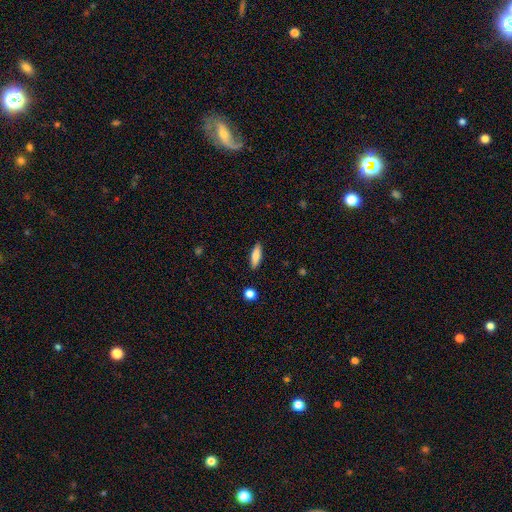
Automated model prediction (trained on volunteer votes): Smooth or featured? Predicted: smooth (p=0.80). How rounded? Predicted: cigar-shaped (p=0.56). Merging? Predicted: none (p=0.89).